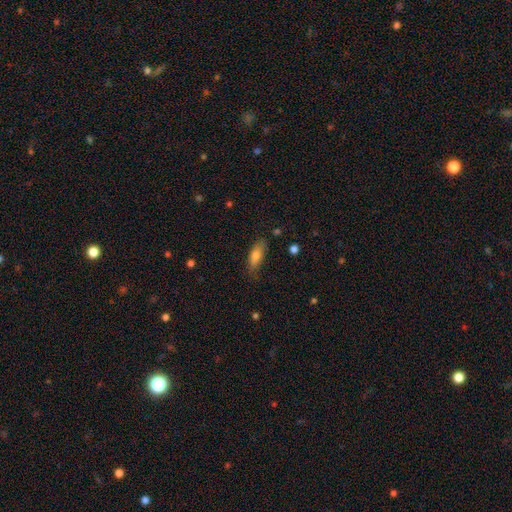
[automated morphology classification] The model was most divided on "how rounded": in between: 66%, cigar-shaped: 31%, round: 2%. More confident: smooth or featured — smooth (77%); merging — none (76%).